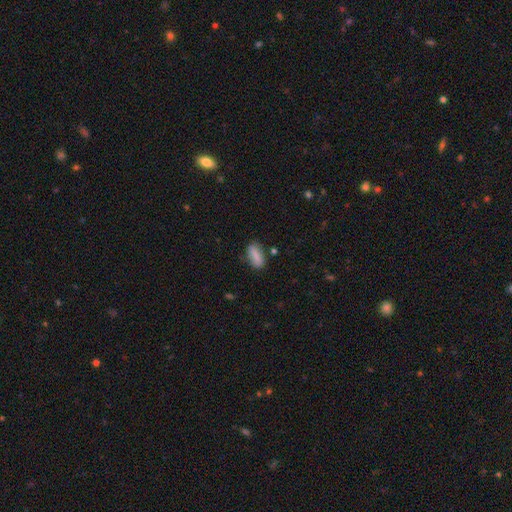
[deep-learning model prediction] Q: Smooth or featured?
A: smooth (82%); runner-up: featured or disk (11%)
Q: How rounded?
A: in between (73%); runner-up: cigar-shaped (24%)
Q: Merging?
A: none (77%); runner-up: minor disturbance (16%)